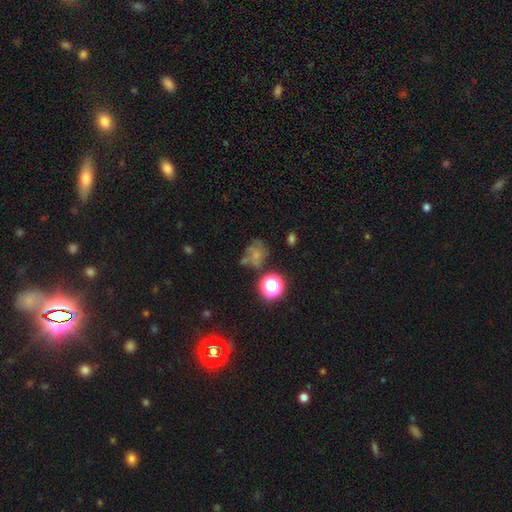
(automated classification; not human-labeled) Q: Smooth or featured?
A: smooth (49%); runner-up: star or artifact (30%)
Q: Merging?
A: none (49%); runner-up: minor disturbance (22%)